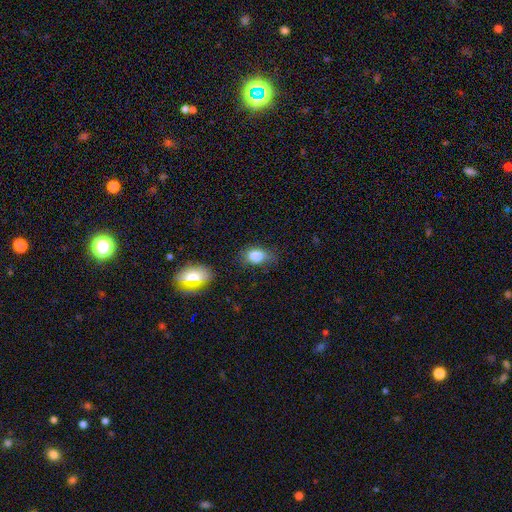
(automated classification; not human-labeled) A smooth galaxy with no disk features (83%) that is in between round and cigar-shaped (81%).

Vote fractions:
- Smooth or featured? smooth: 83% / star or artifact: 9% / featured or disk: 7%
- How rounded? in between: 81% / round: 17% / cigar-shaped: 2%
- Merging? none: 63% / minor disturbance: 27% / major disturbance: 7% / merger: 3%